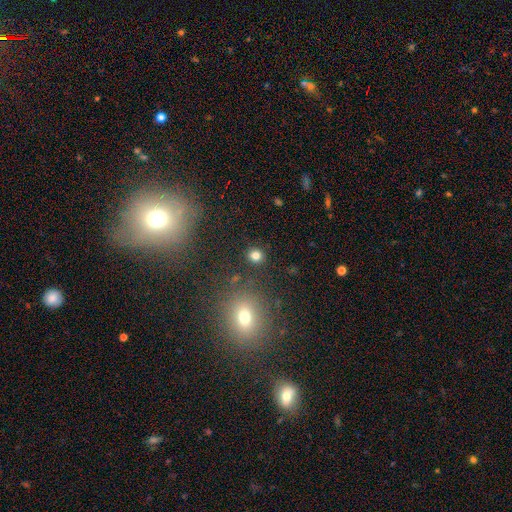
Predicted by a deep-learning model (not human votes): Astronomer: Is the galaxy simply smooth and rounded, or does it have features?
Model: smooth — 80%.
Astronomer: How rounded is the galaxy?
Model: round — 84%.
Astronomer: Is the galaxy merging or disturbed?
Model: none — 88%.